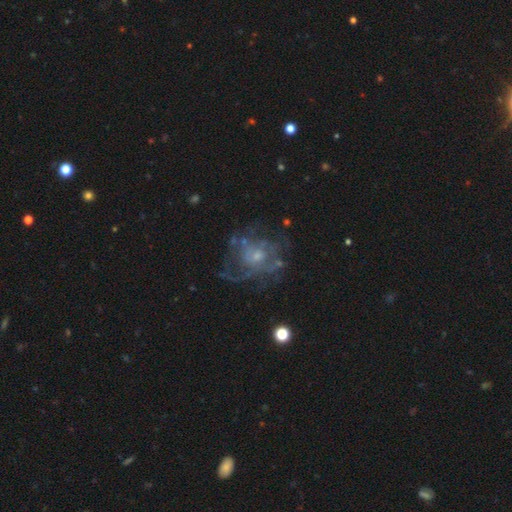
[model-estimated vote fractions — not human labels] smooth_or_featured: featured or disk (p=0.73) [alt: smooth p=0.16]
disk_edge_on: no (p=0.98) [alt: yes p=0.02]
bar: no (p=0.77) [alt: weak p=0.20]
has_spiral_arms: yes (p=0.63) [alt: no p=0.37]
bulge_size: small (p=0.52) [alt: moderate p=0.37]
merging: none (p=0.54) [alt: major disturbance p=0.24]